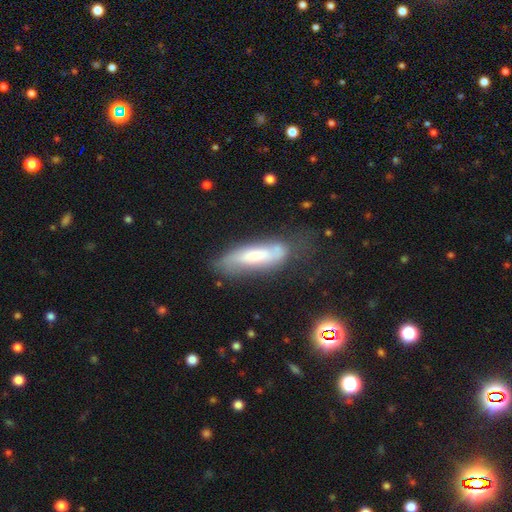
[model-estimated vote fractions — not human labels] This is possibly a smooth galaxy (47%). Merging: possibly none (54%).